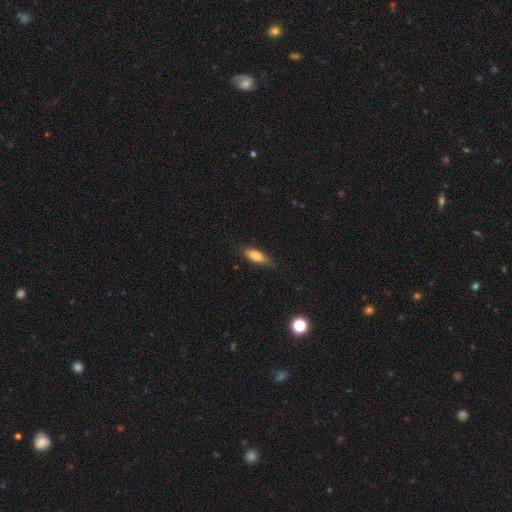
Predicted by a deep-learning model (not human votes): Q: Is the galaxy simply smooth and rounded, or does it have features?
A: smooth — 79%.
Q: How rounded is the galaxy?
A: in between — 70%.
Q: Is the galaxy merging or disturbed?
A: none — 74%.